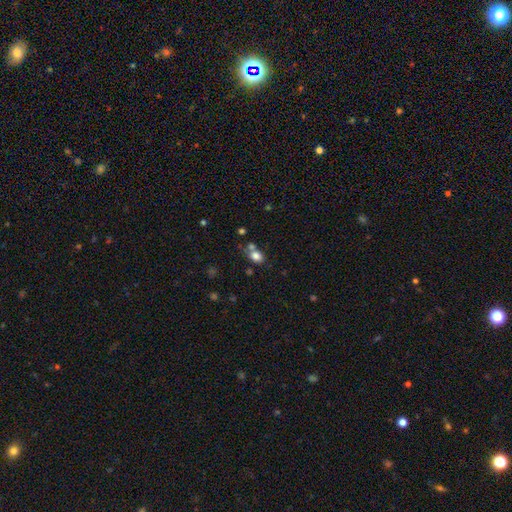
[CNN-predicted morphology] The model was most divided on "merging": none: 54%, merger: 26%, minor disturbance: 15%, major disturbance: 6%. More confident: smooth or featured — smooth (80%); how rounded — in between (67%).